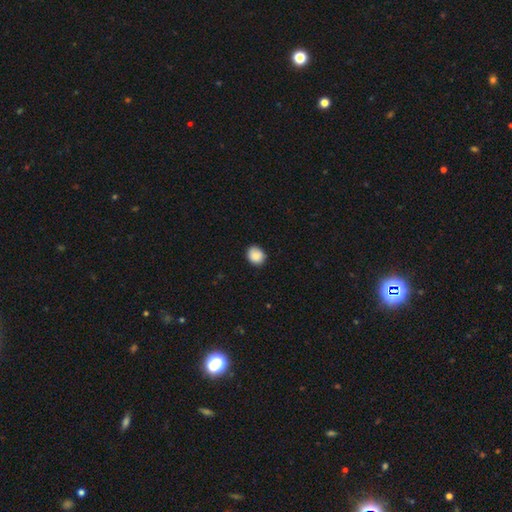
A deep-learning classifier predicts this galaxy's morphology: This is clearly a smooth galaxy (88%). How rounded: likely round (70%). Merging: clearly none (87%).